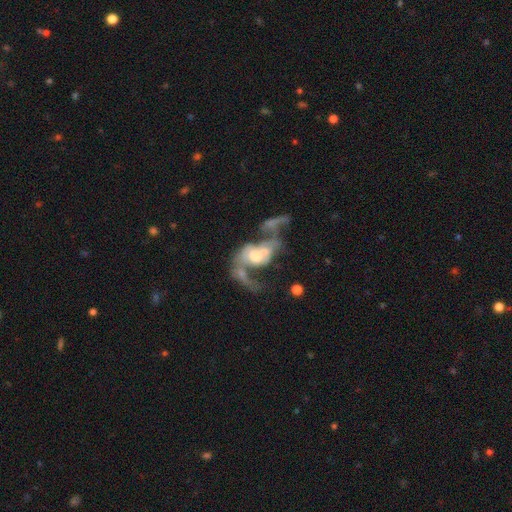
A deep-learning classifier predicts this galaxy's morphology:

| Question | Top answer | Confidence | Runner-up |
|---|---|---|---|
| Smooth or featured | featured or disk | 69% | smooth (21%) |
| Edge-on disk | no | 95% | yes (5%) |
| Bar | no | 61% | weak (29%) |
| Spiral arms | yes | 64% | no (36%) |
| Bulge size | moderate | 50% | large (25%) |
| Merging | merger | 48% | major disturbance (31%) |